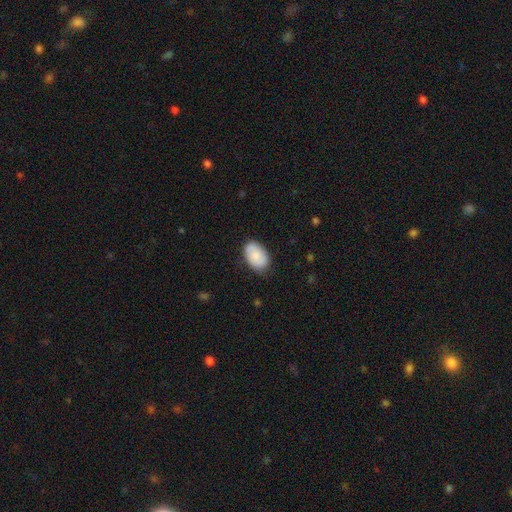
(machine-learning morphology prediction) Smooth or featured: smooth — 85% (featured or disk — 9%)
How rounded: in between — 92% (round — 7%)
Merging: none — 80% (minor disturbance — 16%)